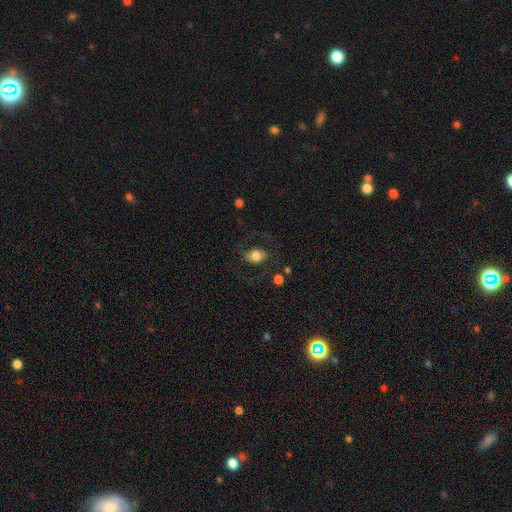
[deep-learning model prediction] smooth-or-featured: smooth: 63% | featured or disk: 28% | star or artifact: 8%
  how-rounded: in between: 68% | round: 30% | cigar-shaped: 1%
  merging: none: 67% | minor disturbance: 15% | major disturbance: 15% | merger: 2%